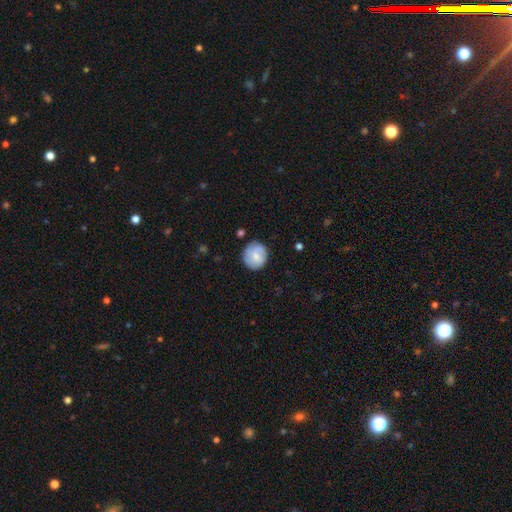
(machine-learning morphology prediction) This is possibly a smooth galaxy (59%). How rounded: clearly round (86%). Merging: likely none (78%).